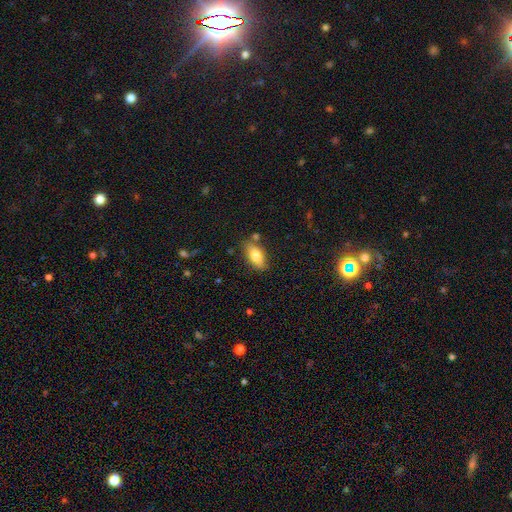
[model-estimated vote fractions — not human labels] A smooth galaxy with no disk features (76%) that is in between round and cigar-shaped (85%).

Vote fractions:
- Smooth or featured? smooth: 76% / featured or disk: 16% / star or artifact: 7%
- How rounded? in between: 85% / cigar-shaped: 11% / round: 4%
- Merging? none: 79% / minor disturbance: 13% / merger: 5% / major disturbance: 3%